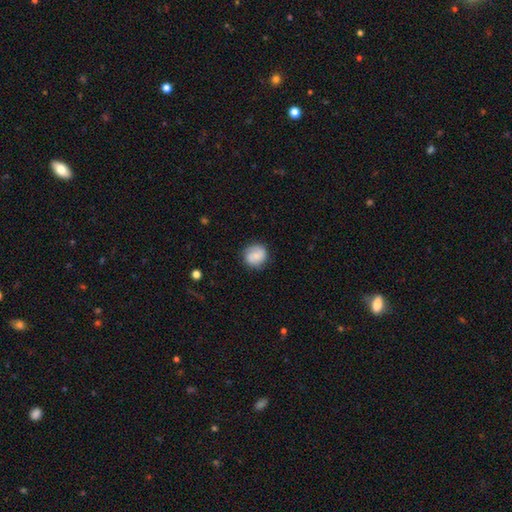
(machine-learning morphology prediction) smooth-or-featured: smooth: 72% | featured or disk: 21% | star or artifact: 8%
  how-rounded: round: 85% | in between: 14% | cigar-shaped: 1%
  merging: none: 82% | minor disturbance: 13% | major disturbance: 4% | merger: 1%